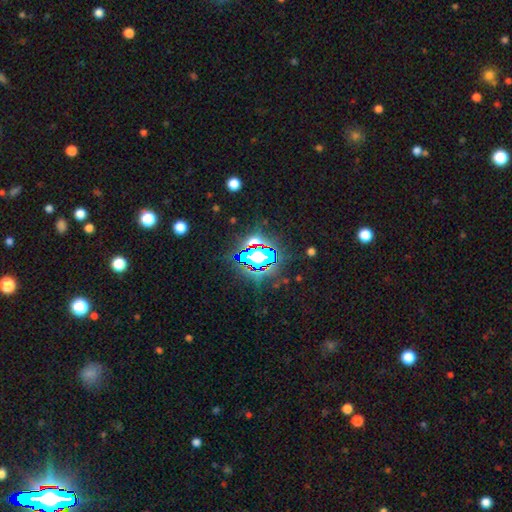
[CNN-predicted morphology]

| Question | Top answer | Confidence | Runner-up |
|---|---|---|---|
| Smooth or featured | star or artifact | 77% | smooth (14%) |